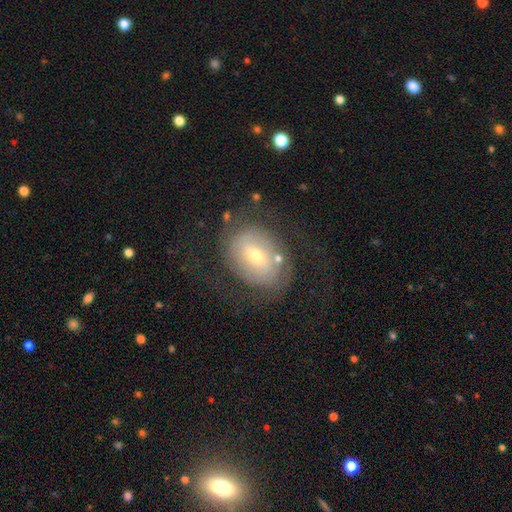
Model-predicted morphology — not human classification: Smooth or featured? featured or disk (64%)
Edge-on disk? no (95%)
Bar? no (46%)
Spiral arms? yes (67%)
Bulge size? small (56%)
Merging? none (62%)